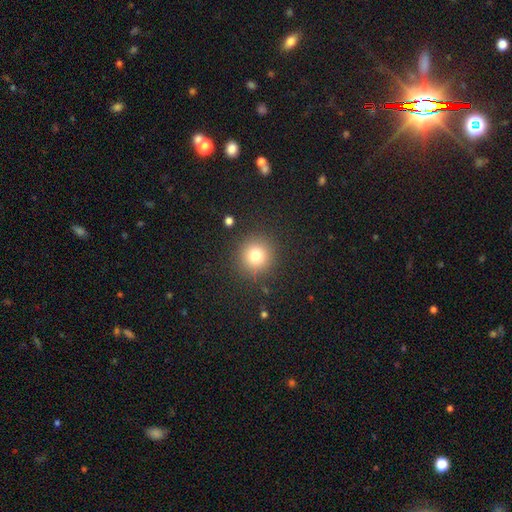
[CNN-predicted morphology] Smooth or featured? smooth (79%)
How rounded? round (94%)
Merging? none (89%)